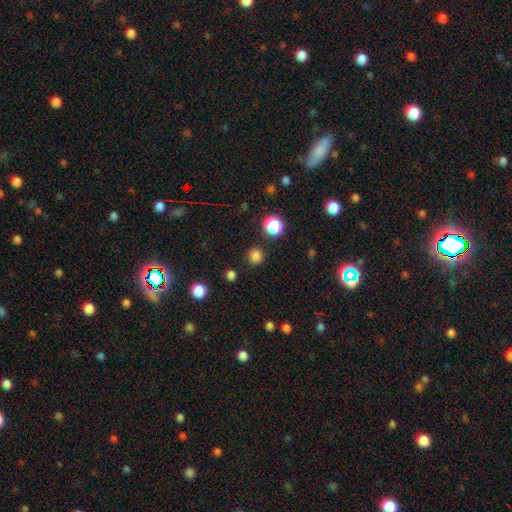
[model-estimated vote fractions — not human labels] smooth-or-featured: smooth: 81% | star or artifact: 16% | featured or disk: 3%
  how-rounded: round: 89% | in between: 10% | cigar-shaped: 1%
  merging: none: 88% | minor disturbance: 7% | major disturbance: 3% | merger: 2%